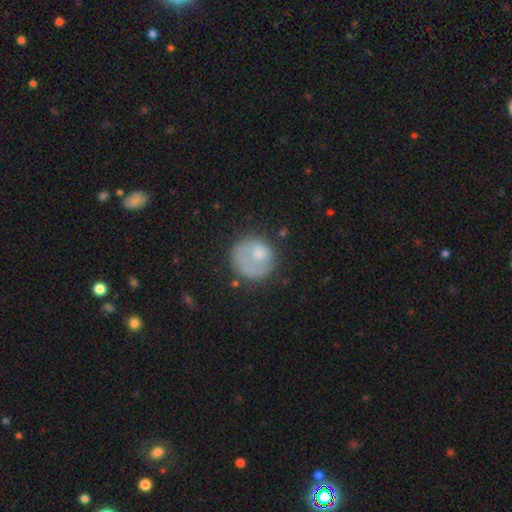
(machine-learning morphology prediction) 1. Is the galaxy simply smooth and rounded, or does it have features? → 64% smooth, 28% featured or disk, 8% star or artifact.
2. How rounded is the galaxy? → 83% round, 16% in between, 1% cigar-shaped.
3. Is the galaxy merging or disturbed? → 52% none, 23% major disturbance, 21% minor disturbance, 4% merger.